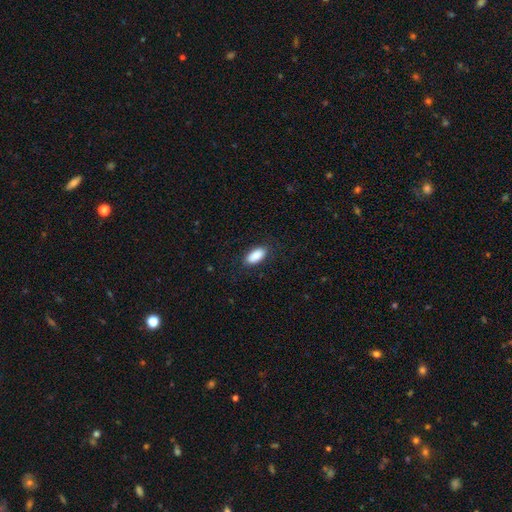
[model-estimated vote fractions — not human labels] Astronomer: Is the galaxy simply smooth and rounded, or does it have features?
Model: smooth — 90%.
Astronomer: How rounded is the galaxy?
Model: in between — 90%.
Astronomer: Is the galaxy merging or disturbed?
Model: none — 84%.